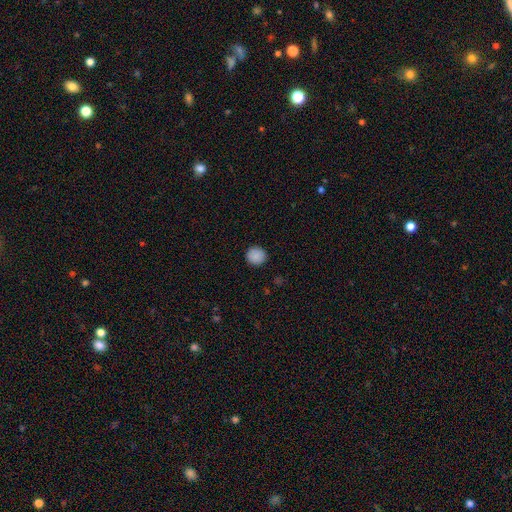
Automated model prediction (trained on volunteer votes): Q: Smooth or featured?
A: smooth (88%); runner-up: star or artifact (8%)
Q: How rounded?
A: round (93%); runner-up: in between (6%)
Q: Merging?
A: none (92%); runner-up: minor disturbance (6%)